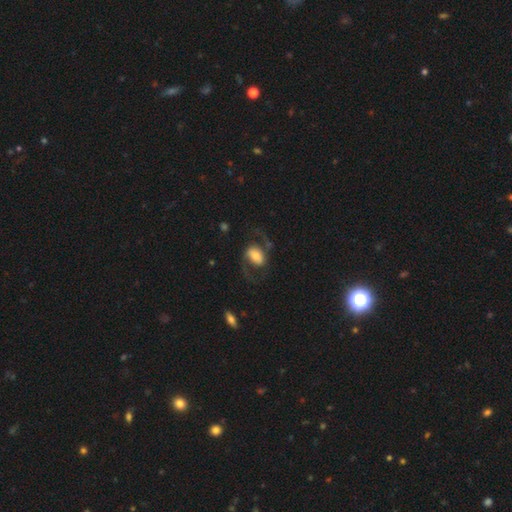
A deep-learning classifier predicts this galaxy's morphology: Smooth or featured? featured or disk (70%)
Edge-on disk? no (97%)
Bar? no (37%, tied with weak)
Spiral arms? yes (92%)
Spiral winding? loose (51%)
Spiral arm count? 2 (92%)
Bulge size? moderate (41%)
Merging? none (64%)